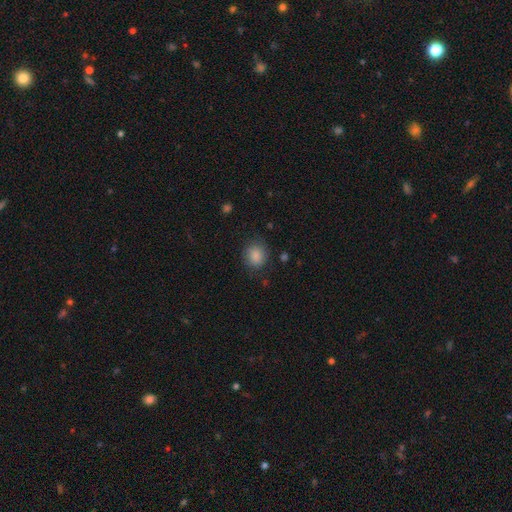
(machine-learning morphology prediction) smooth_or_featured: smooth (p=0.86) [alt: star or artifact p=0.09]
how_rounded: round (p=0.74) [alt: in between p=0.25]
merging: none (p=0.79) [alt: minor disturbance p=0.15]